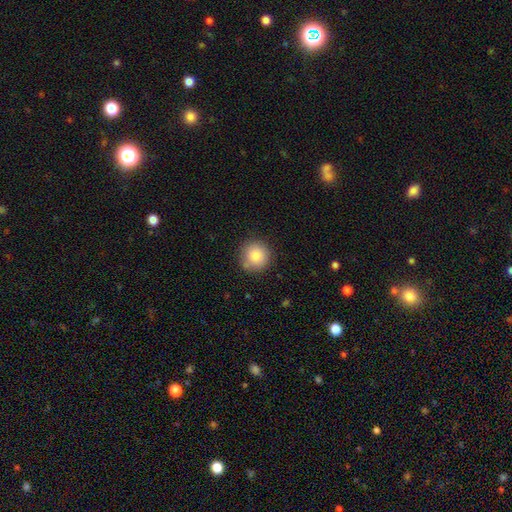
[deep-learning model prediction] smooth_or_featured: smooth (p=0.84) [alt: star or artifact p=0.09]
how_rounded: round (p=0.95) [alt: in between p=0.05]
merging: none (p=0.83) [alt: minor disturbance p=0.11]